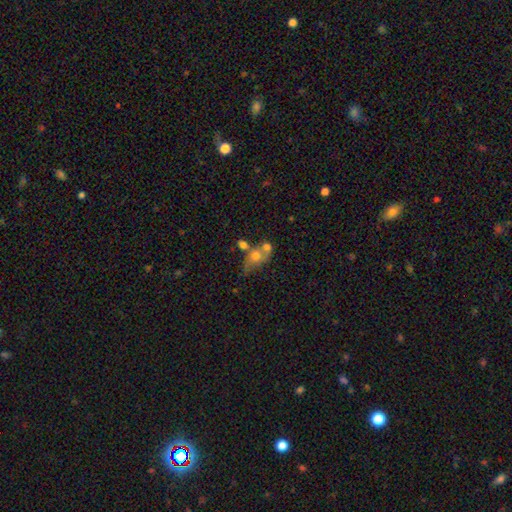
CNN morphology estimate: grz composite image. It shows a smooth galaxy with no disk features (58%) that is in between round and cigar-shaped (59%). Merging: merger (47%).